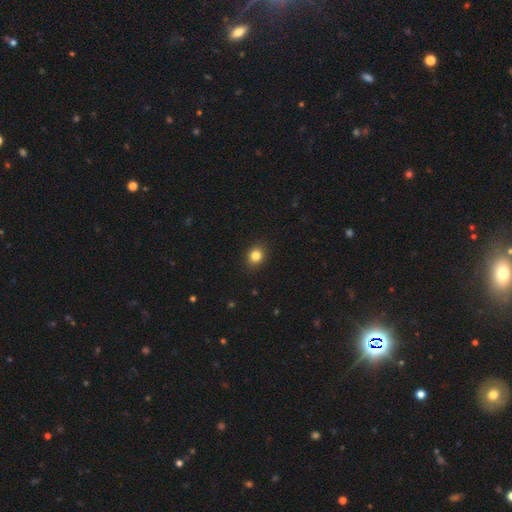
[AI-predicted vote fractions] smooth 84%, star or artifact 11%, featured or disk 5%. Down the decision tree: how rounded — round (68%); merging — none (90%).